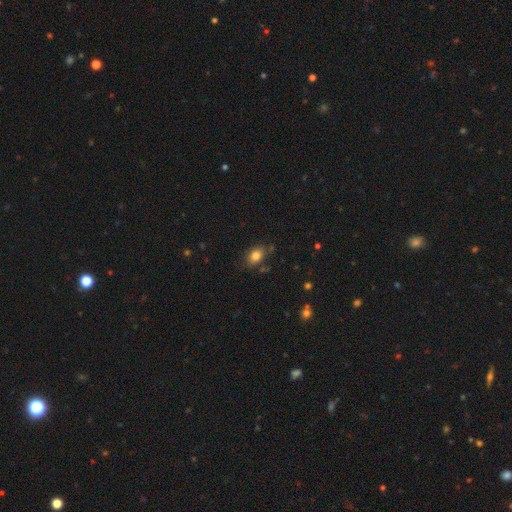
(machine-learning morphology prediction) Smooth or featured: smooth — 81% (star or artifact — 10%)
How rounded: in between — 78% (round — 20%)
Merging: none — 76% (minor disturbance — 17%)